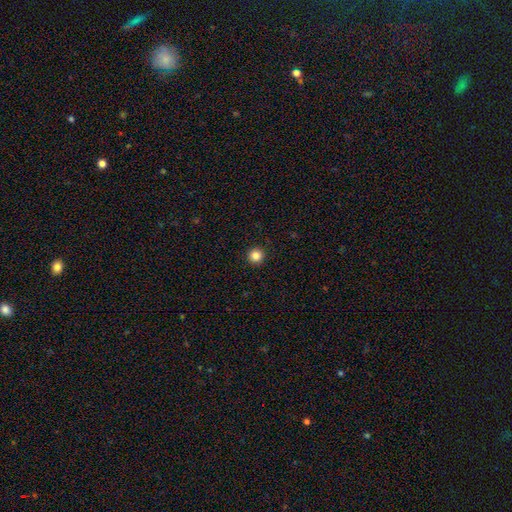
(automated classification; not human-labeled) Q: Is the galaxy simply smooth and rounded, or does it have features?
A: smooth — 85%.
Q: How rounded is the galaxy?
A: round — 96%.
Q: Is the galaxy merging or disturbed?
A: none — 93%.